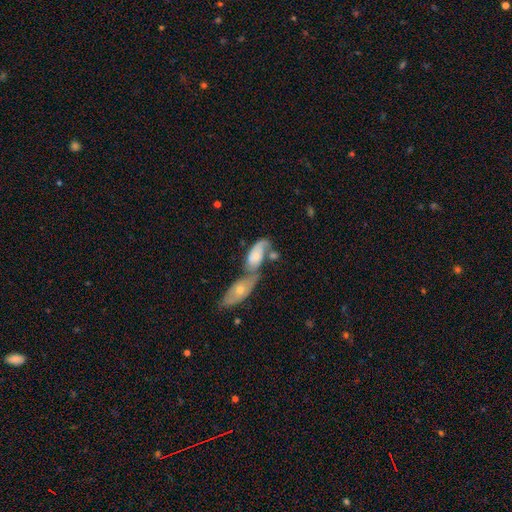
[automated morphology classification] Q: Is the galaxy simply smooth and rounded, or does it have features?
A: featured or disk — 48%.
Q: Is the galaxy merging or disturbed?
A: merger — 68%.